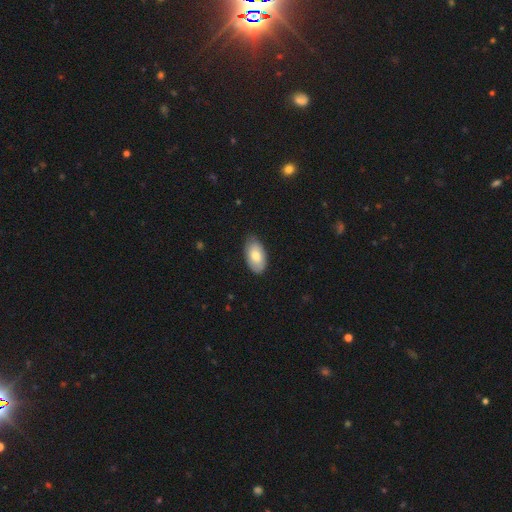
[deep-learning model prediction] smooth 78%, featured or disk 16%, star or artifact 6%. Down the decision tree: how rounded — in between (95%); merging — none (79%).